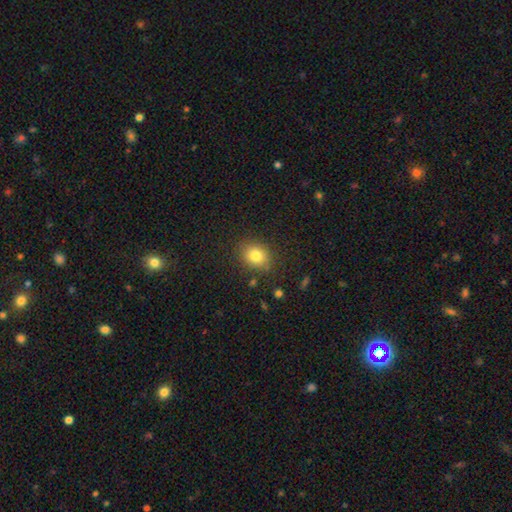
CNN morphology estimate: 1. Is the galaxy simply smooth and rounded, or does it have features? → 81% smooth, 11% star or artifact, 8% featured or disk.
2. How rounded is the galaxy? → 61% round, 38% in between, 1% cigar-shaped.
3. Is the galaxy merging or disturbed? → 84% none, 11% minor disturbance, 3% major disturbance, 2% merger.